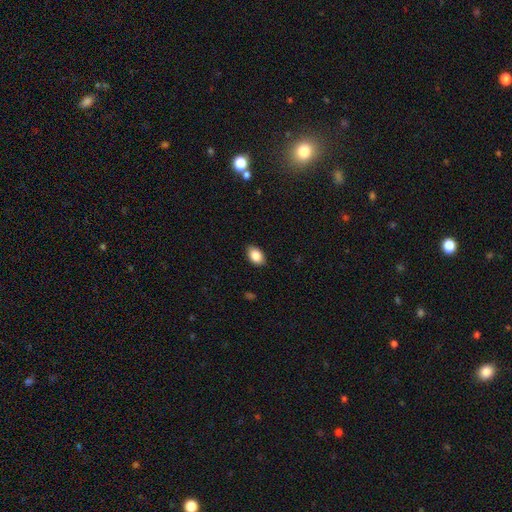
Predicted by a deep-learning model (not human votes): This is clearly a smooth galaxy (87%). How rounded: clearly in between (88%). Merging: clearly none (88%).